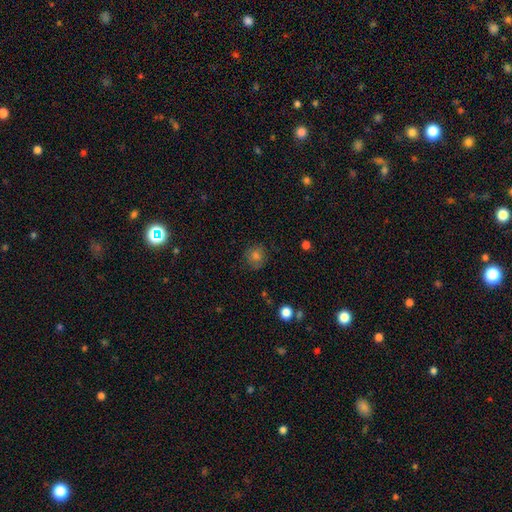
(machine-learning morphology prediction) Smooth or featured? smooth (66%)
How rounded? round (87%)
Merging? none (82%)